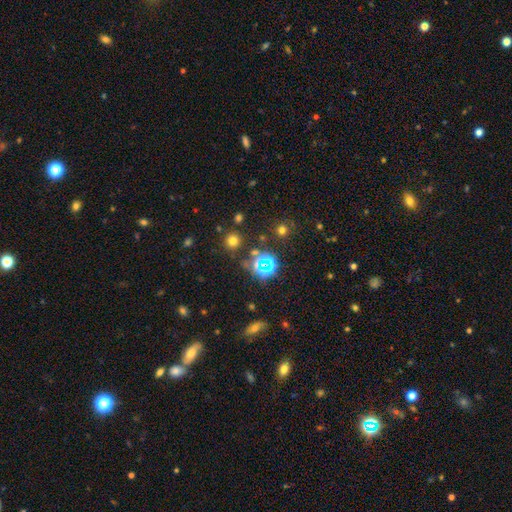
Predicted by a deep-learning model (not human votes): The model was most divided on "smooth or featured": star or artifact: 64%, smooth: 28%, featured or disk: 9%.